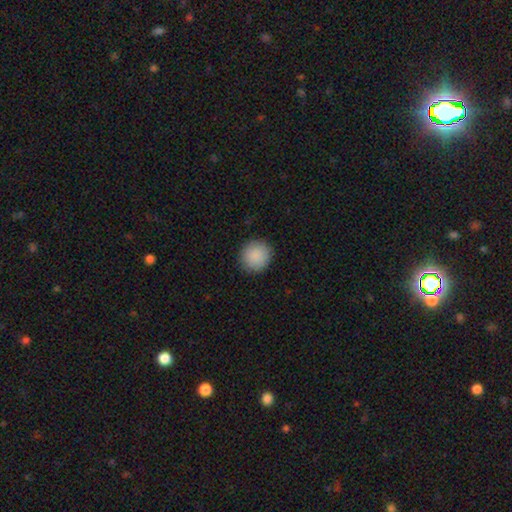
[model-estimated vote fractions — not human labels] Smooth or featured?
  - smooth: 89% *
  - star or artifact: 8%
  - featured or disk: 3%
How rounded?
  - round: 89% *
  - in between: 10%
  - cigar-shaped: 1%
Merging?
  - none: 90% *
  - minor disturbance: 7%
  - major disturbance: 2%
  - merger: 1%